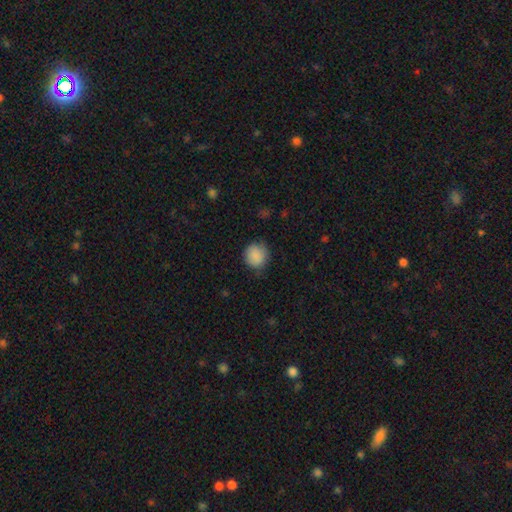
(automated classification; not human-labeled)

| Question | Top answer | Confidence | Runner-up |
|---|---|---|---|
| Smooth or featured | smooth | 88% | star or artifact (8%) |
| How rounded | round | 85% | in between (14%) |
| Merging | none | 78% | minor disturbance (17%) |